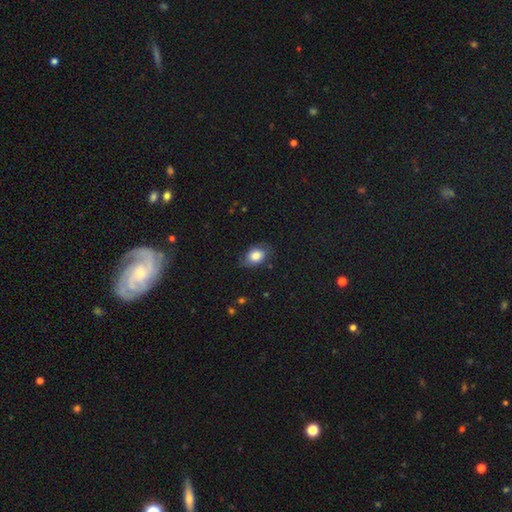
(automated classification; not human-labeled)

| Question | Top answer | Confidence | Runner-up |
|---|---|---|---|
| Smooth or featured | smooth | 80% | featured or disk (11%) |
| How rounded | in between | 76% | round (22%) |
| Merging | none | 71% | minor disturbance (22%) |